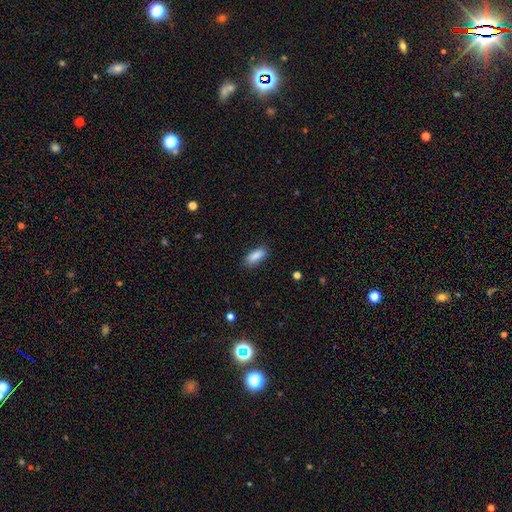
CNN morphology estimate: The model was most divided on "how rounded": in between: 77%, cigar-shaped: 20%, round: 2%. More confident: smooth or featured — smooth (88%); merging — none (83%).